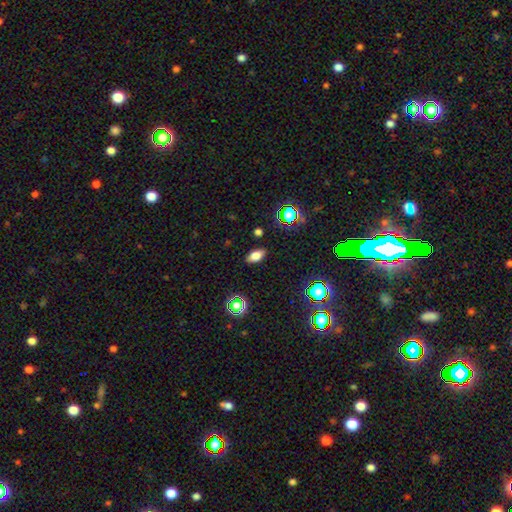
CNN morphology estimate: Q: Smooth or featured?
A: smooth (74%); runner-up: star or artifact (15%)
Q: How rounded?
A: in between (88%); runner-up: cigar-shaped (7%)
Q: Merging?
A: none (87%); runner-up: minor disturbance (9%)